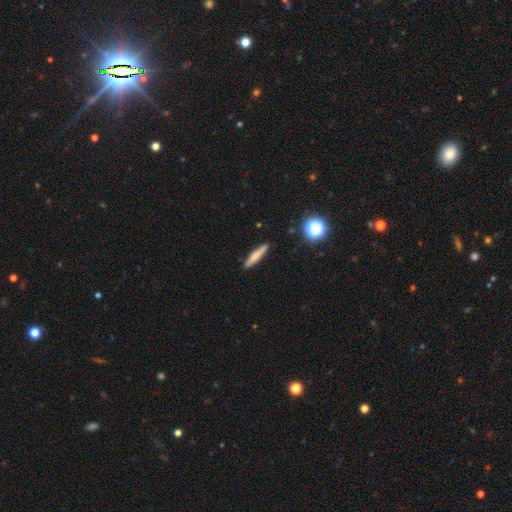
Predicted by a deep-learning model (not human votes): smooth-or-featured: smooth: 64% | featured or disk: 27% | star or artifact: 8%
  how-rounded: cigar-shaped: 90% | in between: 8% | round: 2%
  merging: none: 90% | minor disturbance: 7% | major disturbance: 2% | merger: 1%